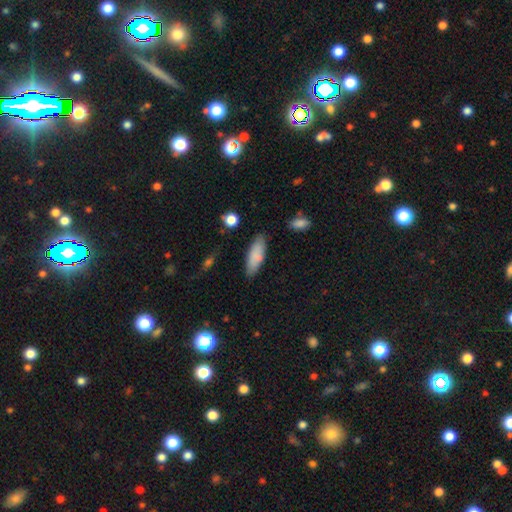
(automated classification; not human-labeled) The model was most divided on "how rounded": in between: 63%, cigar-shaped: 35%, round: 2%. More confident: smooth or featured — smooth (84%); merging — none (81%).